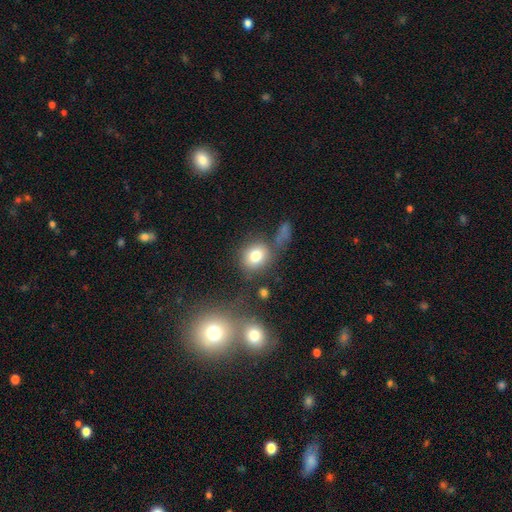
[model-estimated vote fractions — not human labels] Smooth or featured? smooth (78%)
How rounded? round (70%)
Merging? none (65%)